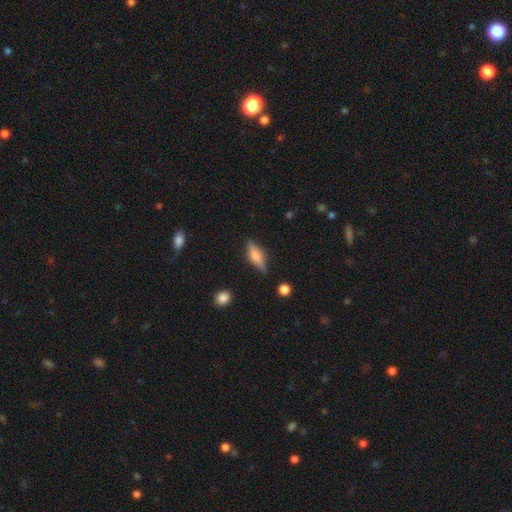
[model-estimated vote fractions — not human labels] Smooth or featured?
  - smooth: 50% *
  - featured or disk: 42%
  - star or artifact: 8%
How rounded?
  - in between: 53% *
  - cigar-shaped: 44%
  - round: 3%
Merging?
  - none: 82% *
  - minor disturbance: 13%
  - major disturbance: 3%
  - merger: 2%